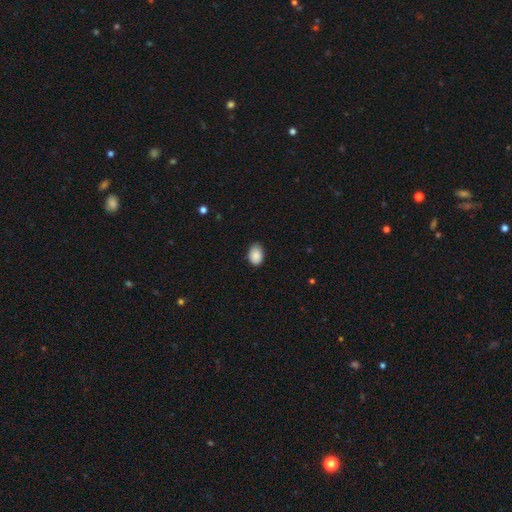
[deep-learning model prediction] Overall: smooth (89%). How rounded: in between (82%). Merging: none (76%).